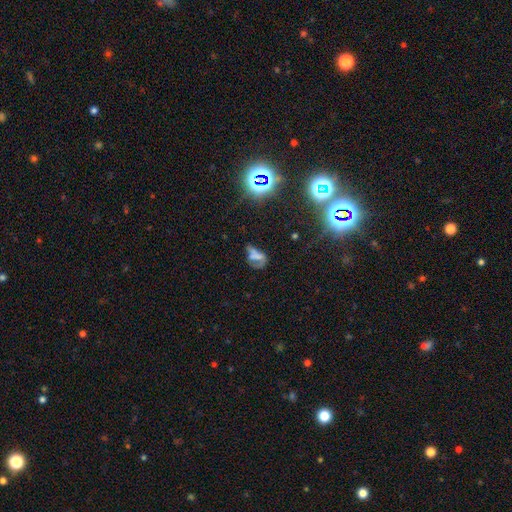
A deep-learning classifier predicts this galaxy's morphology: smooth 41%, featured or disk 34%, star or artifact 25%. Down the decision tree: merging — major disturbance (35%).